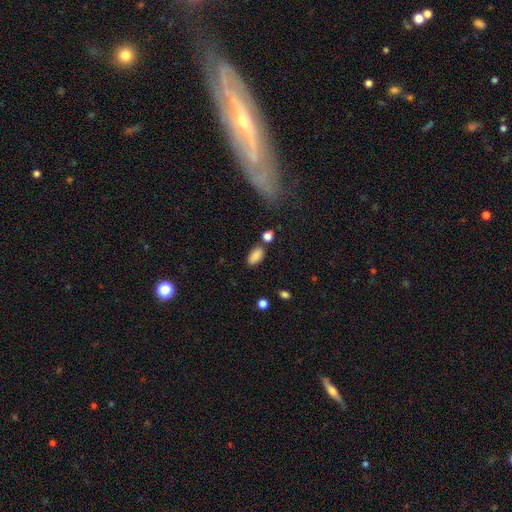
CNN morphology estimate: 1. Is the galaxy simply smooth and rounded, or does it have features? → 86% smooth, 9% star or artifact, 5% featured or disk.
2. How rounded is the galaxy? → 92% in between, 5% round, 3% cigar-shaped.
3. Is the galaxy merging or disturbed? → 73% none, 14% minor disturbance, 9% merger, 4% major disturbance.